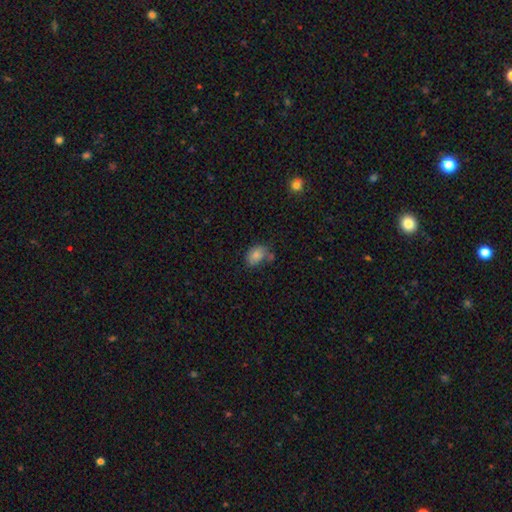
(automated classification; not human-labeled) Overall: smooth (82%). How rounded: in between (78%). Merging: none (58%; minor disturbance 23%).